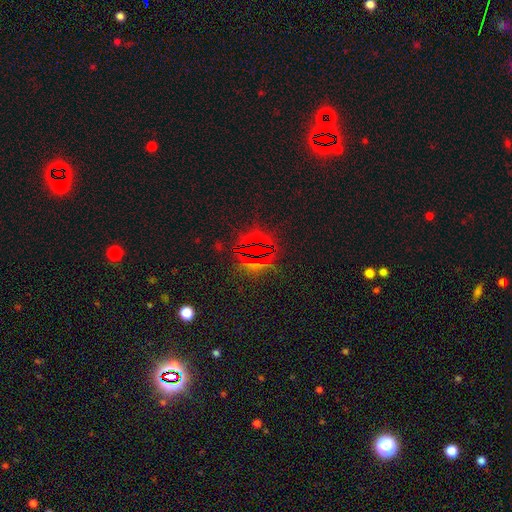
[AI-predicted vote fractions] The model was most divided on "smooth or featured": star or artifact: 77%, smooth: 14%, featured or disk: 9%.